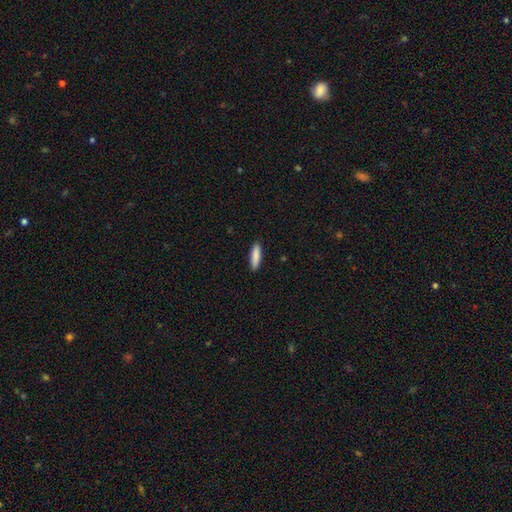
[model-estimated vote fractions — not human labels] A smooth galaxy with no disk features (87%) that is cigar-shaped (70%). Merging: none (90%).